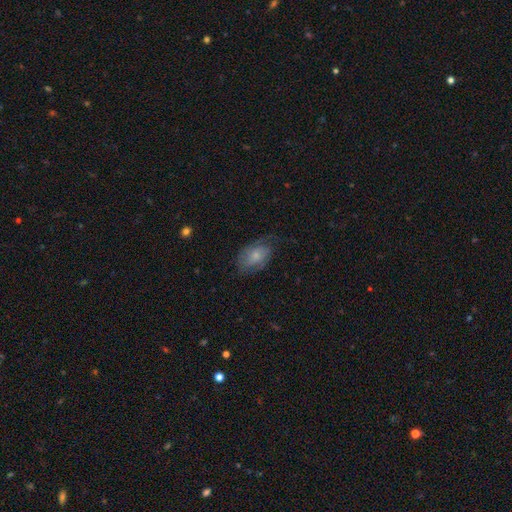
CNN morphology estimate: Q: Smooth or featured?
A: smooth (58%); runner-up: featured or disk (35%)
Q: How rounded?
A: in between (87%); runner-up: round (11%)
Q: Merging?
A: none (56%); runner-up: minor disturbance (27%)